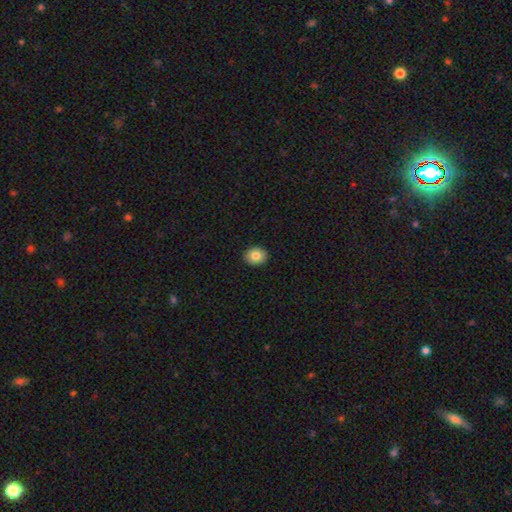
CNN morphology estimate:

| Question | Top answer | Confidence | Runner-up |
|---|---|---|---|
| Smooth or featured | smooth | 82% | featured or disk (10%) |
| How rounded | round | 61% | in between (38%) |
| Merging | none | 92% | minor disturbance (6%) |